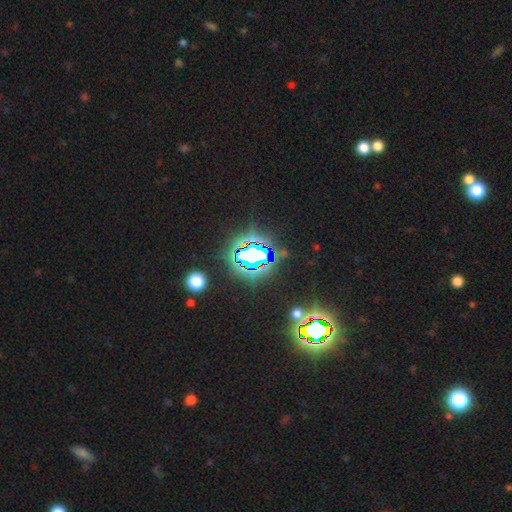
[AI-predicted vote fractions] star or artifact 77%, smooth 13%, featured or disk 10%.